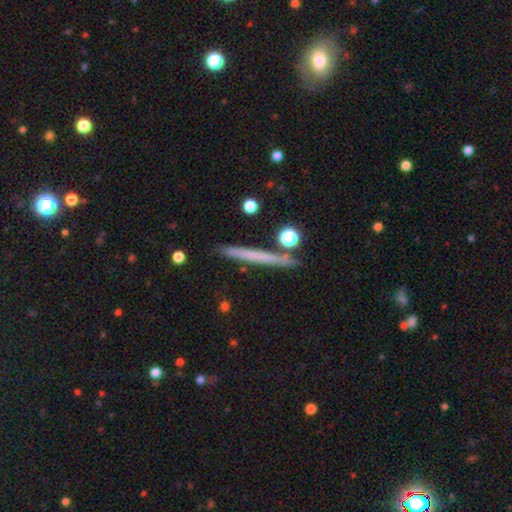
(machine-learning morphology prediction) Smooth or featured?
  - smooth: 49% *
  - featured or disk: 43%
  - star or artifact: 8%
Merging?
  - none: 86% *
  - minor disturbance: 8%
  - merger: 4%
  - major disturbance: 2%